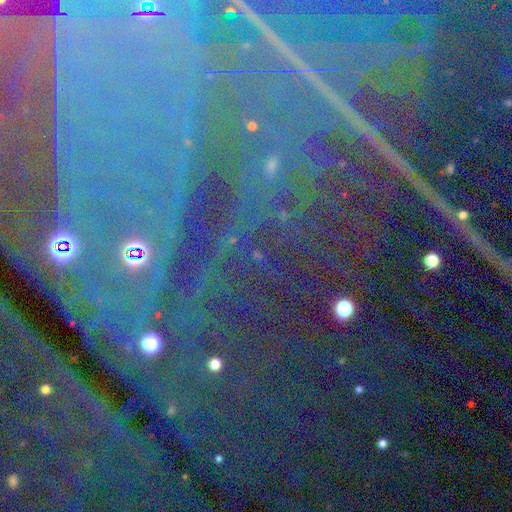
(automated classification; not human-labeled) Smooth or featured?
  - star or artifact: 87% *
  - featured or disk: 7%
  - smooth: 6%